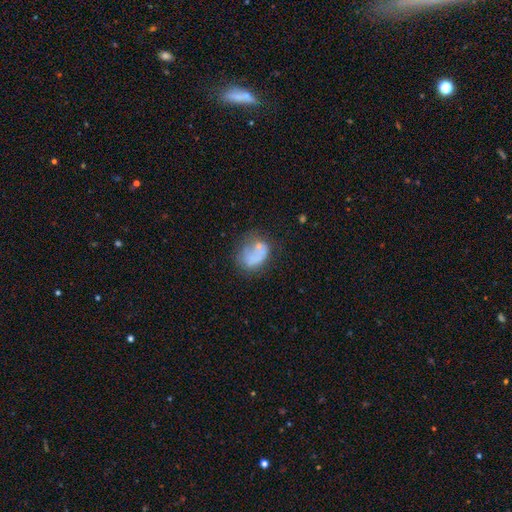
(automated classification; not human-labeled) Smooth or featured: smooth — 57% (featured or disk — 31%)
How rounded: in between — 61% (round — 38%)
Merging: none — 36% (major disturbance — 28%)